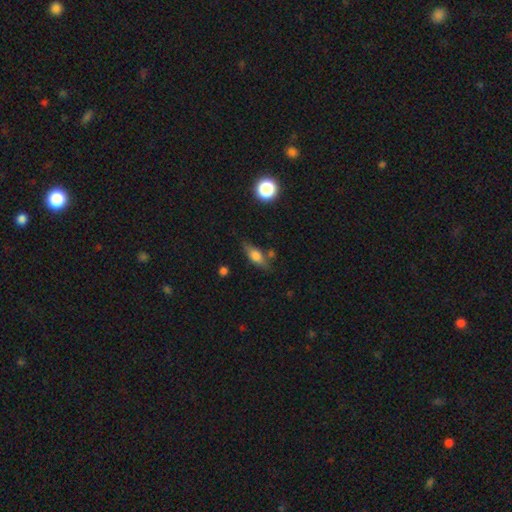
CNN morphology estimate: Overall: smooth (62%; featured or disk 30%). How rounded: in between (63%; cigar-shaped 31%). Merging: none (69%).